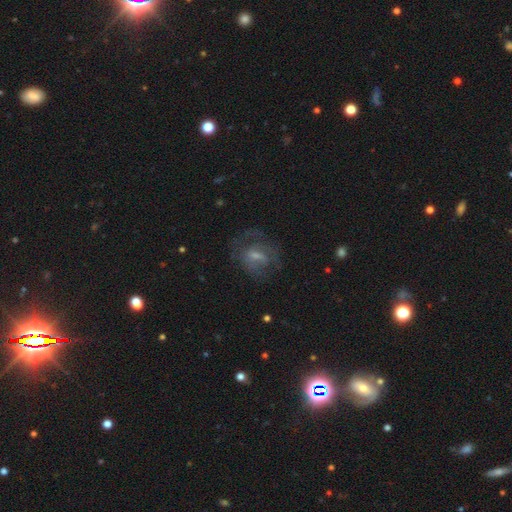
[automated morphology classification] Overall: featured or disk (56%; smooth 33%). Edge-on disk: no (95%). Bar: weak (49%; no 32%). Spiral arms: yes (63%; no 37%). Bulge size: small (39%; moderate 37%). Merging: none (55%; major disturbance 24%).